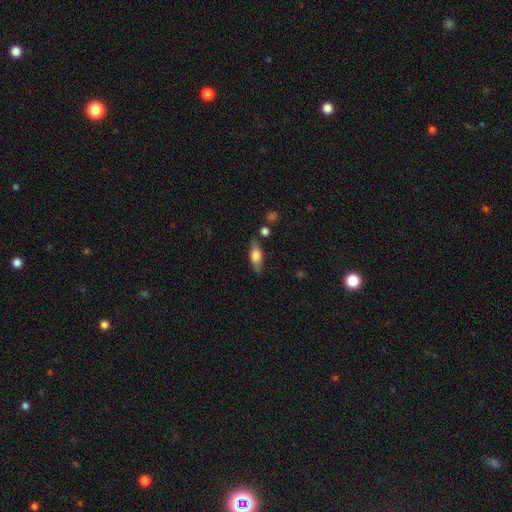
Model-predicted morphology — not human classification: smooth_or_featured: smooth (p=0.65) [alt: featured or disk p=0.28]
how_rounded: in between (p=0.74) [alt: cigar-shaped p=0.22]
merging: none (p=0.77) [alt: minor disturbance p=0.15]